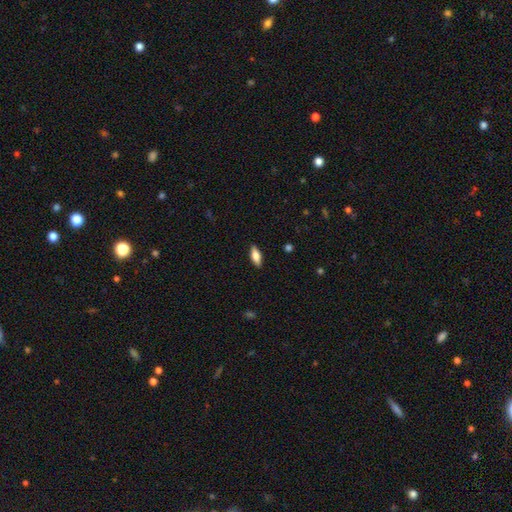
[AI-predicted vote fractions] The model was most divided on "how rounded": in between: 71%, cigar-shaped: 27%, round: 2%. More confident: merging — none (88%); smooth or featured — smooth (77%).